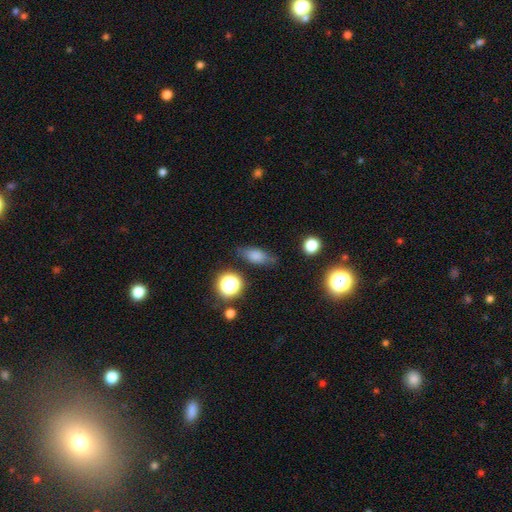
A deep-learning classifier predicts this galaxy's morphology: smooth-or-featured: smooth: 63% | featured or disk: 20% | star or artifact: 17%
  how-rounded: in between: 60% | cigar-shaped: 26% | round: 14%
  merging: none: 81% | minor disturbance: 14% | major disturbance: 4% | merger: 2%